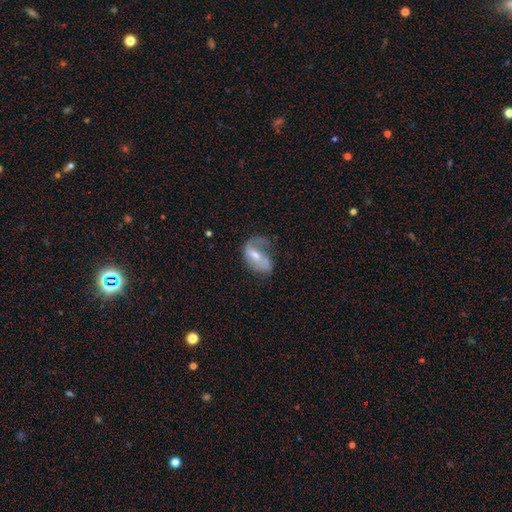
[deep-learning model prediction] smooth-or-featured: featured or disk: 59% | smooth: 33% | star or artifact: 8%
  disk-edge-on: no: 95% | yes: 5%
    bar: weak: 43% | no: 34% | strong: 23%
    has-spiral-arms: yes: 65% | no: 35%
    bulge-size: moderate: 53% | small: 36% | none: 6% | large: 5% | dominant: 1%
  merging: major disturbance: 39% | none: 30% | minor disturbance: 27% | merger: 4%